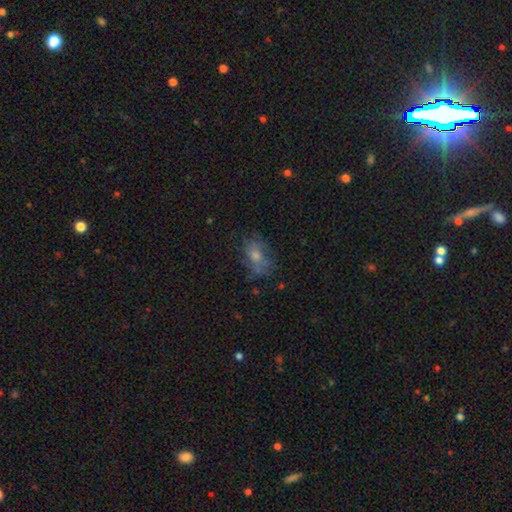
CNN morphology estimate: Smooth or featured? smooth (55%)
How rounded? in between (78%)
Merging? none (59%)